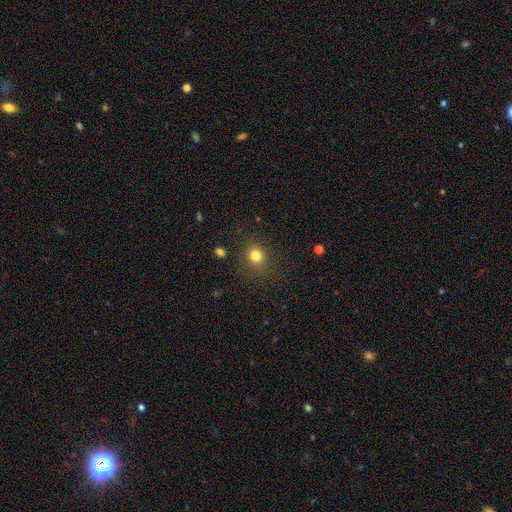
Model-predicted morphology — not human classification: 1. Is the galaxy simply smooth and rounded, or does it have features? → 81% smooth, 13% star or artifact, 6% featured or disk.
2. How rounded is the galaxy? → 76% round, 23% in between, 1% cigar-shaped.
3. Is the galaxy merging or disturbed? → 83% none, 11% minor disturbance, 5% major disturbance, 2% merger.